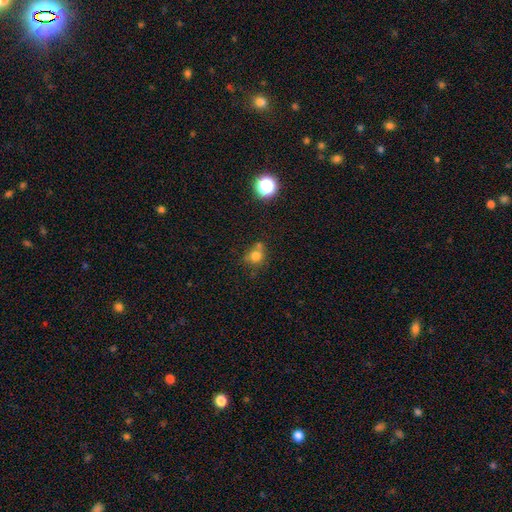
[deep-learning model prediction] Q: Smooth or featured?
A: smooth (75%); runner-up: star or artifact (15%)
Q: How rounded?
A: round (80%); runner-up: in between (19%)
Q: Merging?
A: none (50%); runner-up: merger (29%)